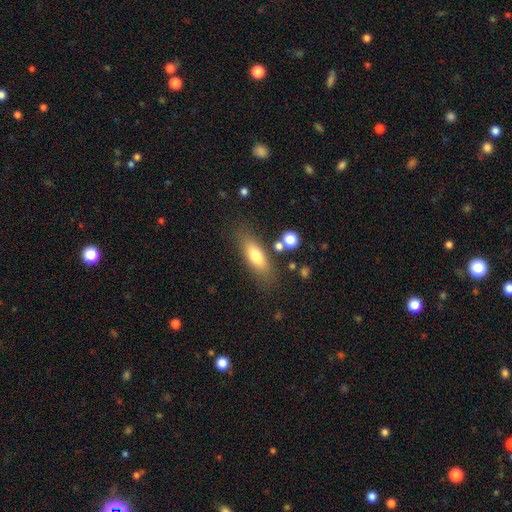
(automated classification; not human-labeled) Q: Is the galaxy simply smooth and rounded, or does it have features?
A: smooth — 74%.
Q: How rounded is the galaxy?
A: in between — 65%.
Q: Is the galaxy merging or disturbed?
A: none — 77%.